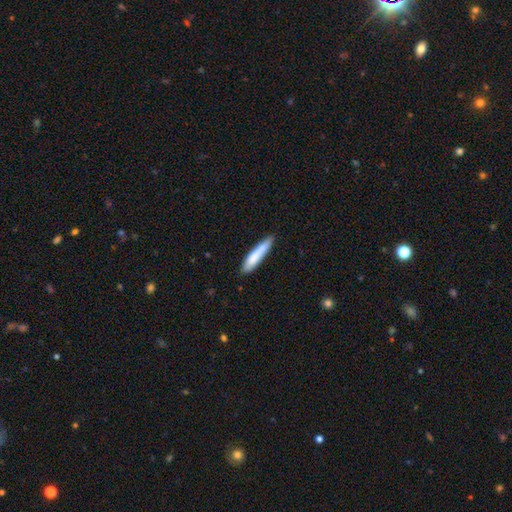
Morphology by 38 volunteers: smooth_or_featured: smooth (p=0.82) [alt: featured or disk p=0.11]
how_rounded: cigar-shaped (p=0.87) [alt: in between p=0.13]
merging: none (p=0.69) [alt: minor disturbance p=0.26]